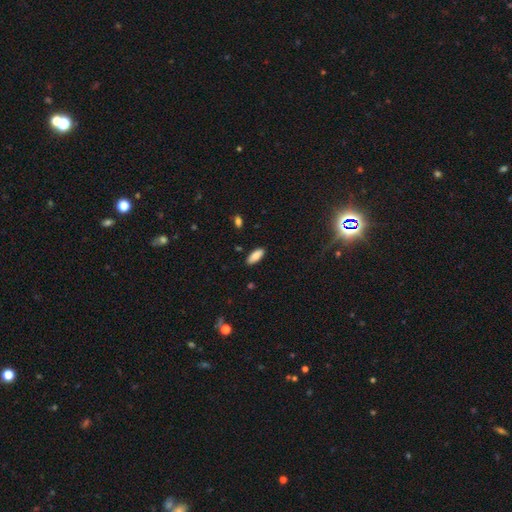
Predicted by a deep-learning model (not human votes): A smooth galaxy with no disk features (85%) that is in between round and cigar-shaped (80%).

Vote fractions:
- Smooth or featured? smooth: 85% / featured or disk: 8% / star or artifact: 7%
- How rounded? in between: 80% / cigar-shaped: 18% / round: 2%
- Merging? none: 87% / minor disturbance: 9% / major disturbance: 2% / merger: 1%